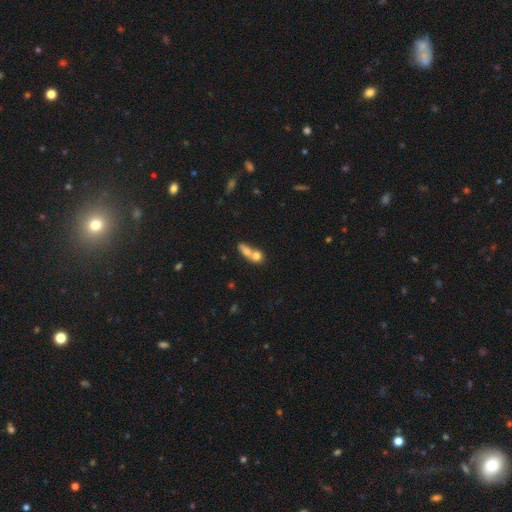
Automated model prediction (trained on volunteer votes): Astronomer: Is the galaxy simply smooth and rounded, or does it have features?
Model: smooth — 71%.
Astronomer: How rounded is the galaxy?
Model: round — 44%, tied with in between at 44%.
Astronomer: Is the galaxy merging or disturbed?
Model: merger — 68%.